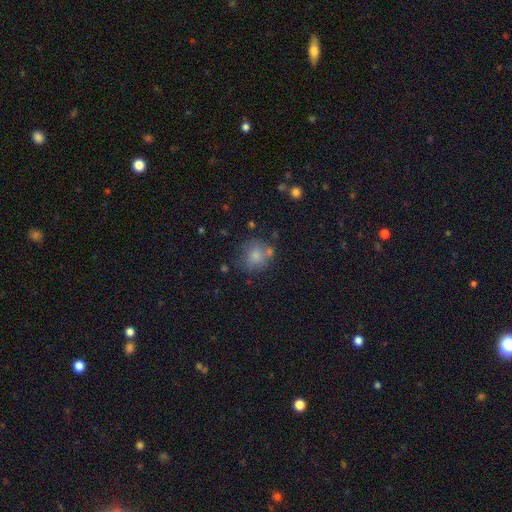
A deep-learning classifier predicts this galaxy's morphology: This appears to be a smooth galaxy with no disk features (75%) that is round (81%). Merging: none (61%).